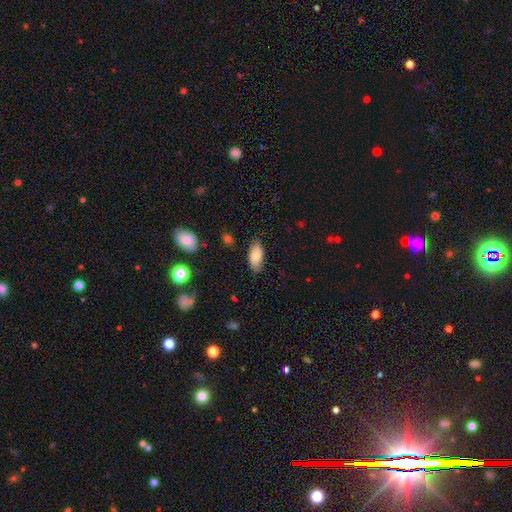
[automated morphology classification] Smooth or featured: smooth — 83% (featured or disk — 10%)
How rounded: in between — 89% (cigar-shaped — 9%)
Merging: none — 82% (minor disturbance — 14%)